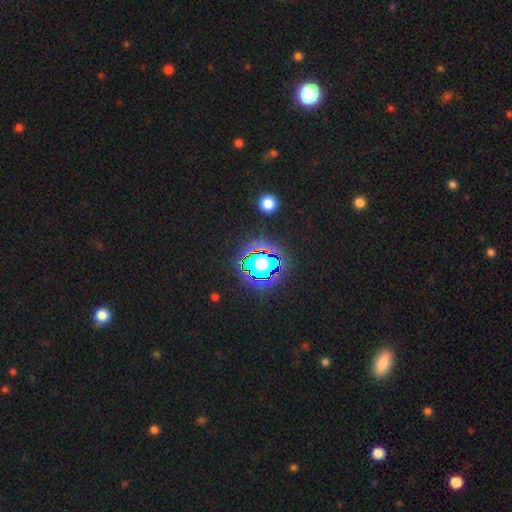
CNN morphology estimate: type=star or artifact (80%).